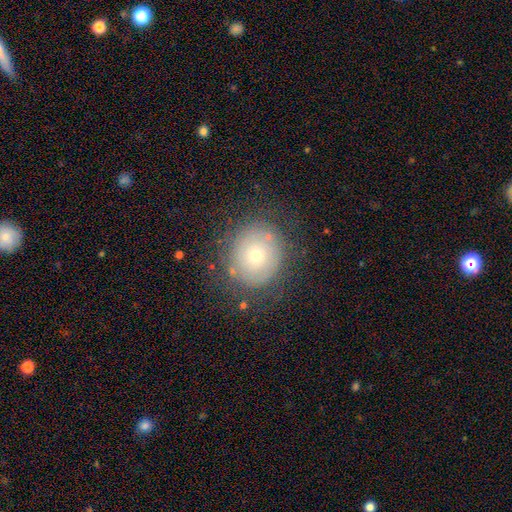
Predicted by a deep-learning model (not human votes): This appears to be a smooth galaxy with no disk features (57%) that is round (83%). Merging: none (77%).